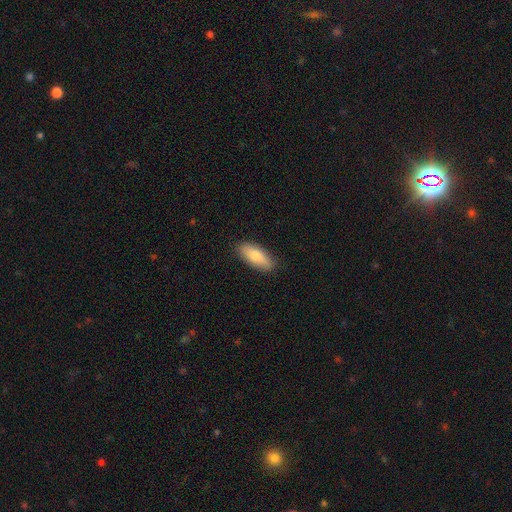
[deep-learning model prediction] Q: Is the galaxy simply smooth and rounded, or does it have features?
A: smooth — 85%.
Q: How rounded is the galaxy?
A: in between — 77%.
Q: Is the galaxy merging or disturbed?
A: none — 86%.